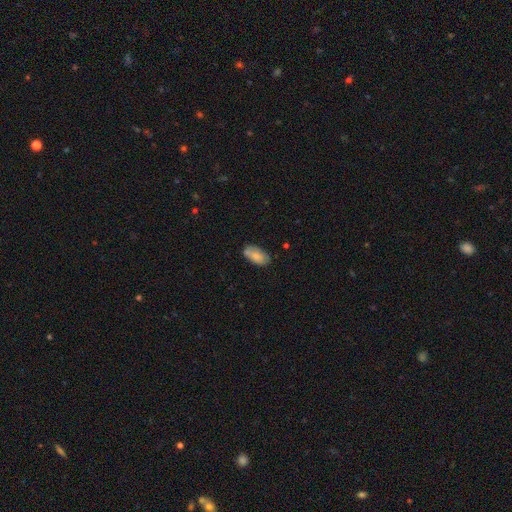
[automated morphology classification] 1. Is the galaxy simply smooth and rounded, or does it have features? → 78% smooth, 15% featured or disk, 7% star or artifact.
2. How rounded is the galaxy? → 92% in between, 5% cigar-shaped, 3% round.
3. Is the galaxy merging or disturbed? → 64% none, 24% minor disturbance, 7% merger, 5% major disturbance.